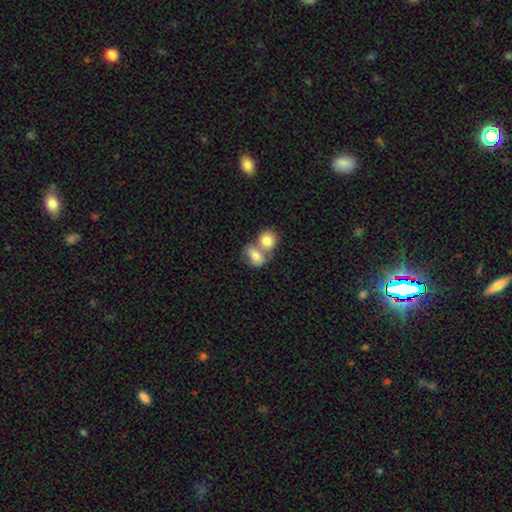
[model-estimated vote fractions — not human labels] Morphology: type=smooth (75%); roundness=in between (59%); merging=merger (68%).